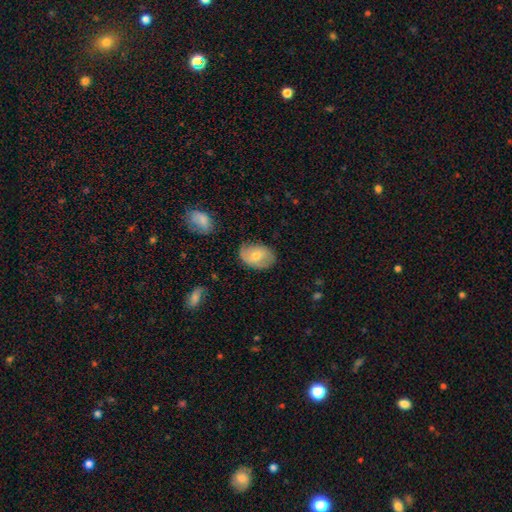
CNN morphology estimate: This appears to be a smooth galaxy with no disk features (56%) that is in between round and cigar-shaped (79%). Merging: none (68%).